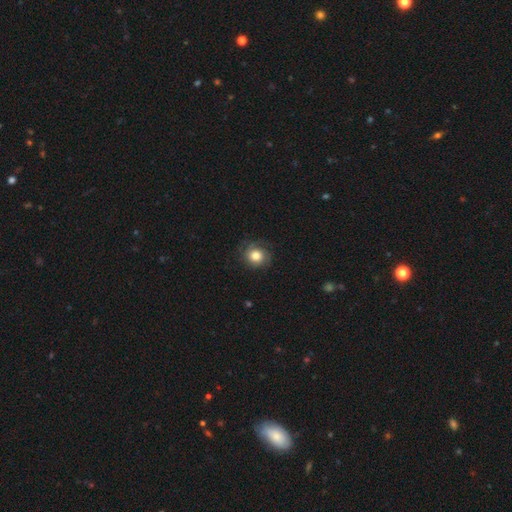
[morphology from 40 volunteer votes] This is likely a smooth galaxy (62%). How rounded: clearly round (100%). Merging: likely none (65%).